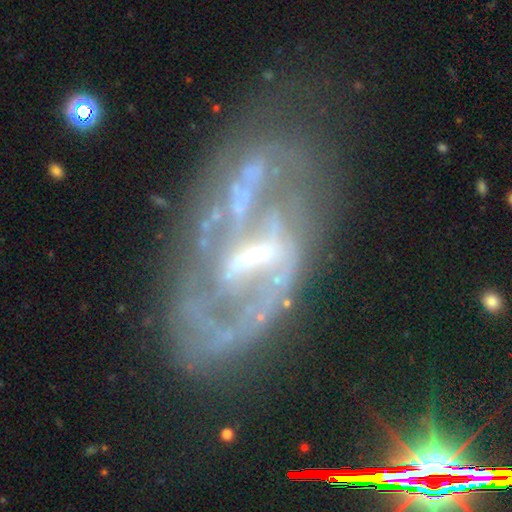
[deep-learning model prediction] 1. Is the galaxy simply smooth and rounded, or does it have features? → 82% featured or disk, 9% star or artifact, 9% smooth.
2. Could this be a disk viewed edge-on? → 94% no, 6% yes.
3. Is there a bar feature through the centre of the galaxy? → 54% strong, 27% weak, 19% no.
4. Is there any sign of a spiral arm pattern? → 64% yes, 36% no.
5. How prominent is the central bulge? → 39% small, 28% moderate, 27% none, 4% large, 2% dominant.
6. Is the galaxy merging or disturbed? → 44% none, 30% major disturbance, 20% minor disturbance, 6% merger.